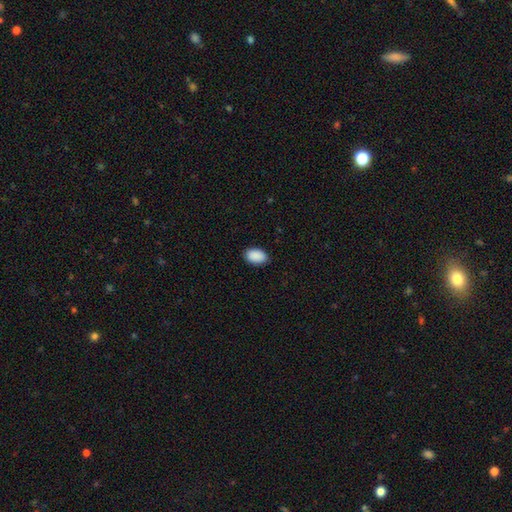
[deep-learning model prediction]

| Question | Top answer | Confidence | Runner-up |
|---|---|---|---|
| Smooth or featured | smooth | 91% | star or artifact (7%) |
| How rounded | in between | 90% | round (9%) |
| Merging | none | 89% | minor disturbance (8%) |